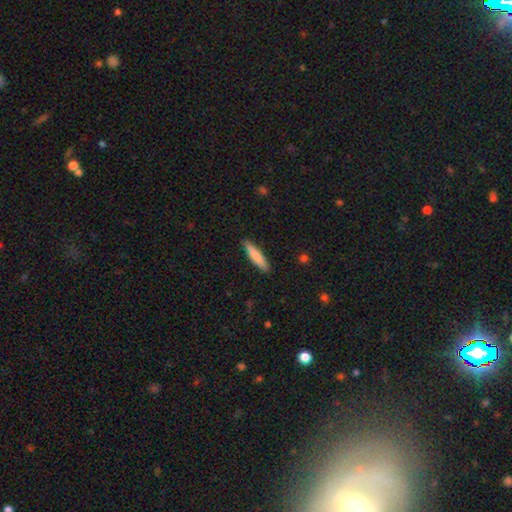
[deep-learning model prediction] Smooth or featured? Predicted: smooth (p=0.81). How rounded? Predicted: cigar-shaped (p=0.85). Merging? Predicted: none (p=0.89).